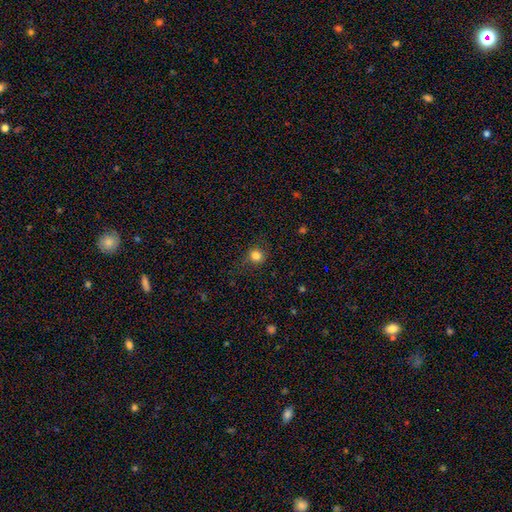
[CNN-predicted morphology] Smooth or featured?
  - smooth: 82% *
  - star or artifact: 13%
  - featured or disk: 5%
How rounded?
  - round: 83% *
  - in between: 15%
  - cigar-shaped: 1%
Merging?
  - none: 79% *
  - minor disturbance: 14%
  - major disturbance: 5%
  - merger: 1%